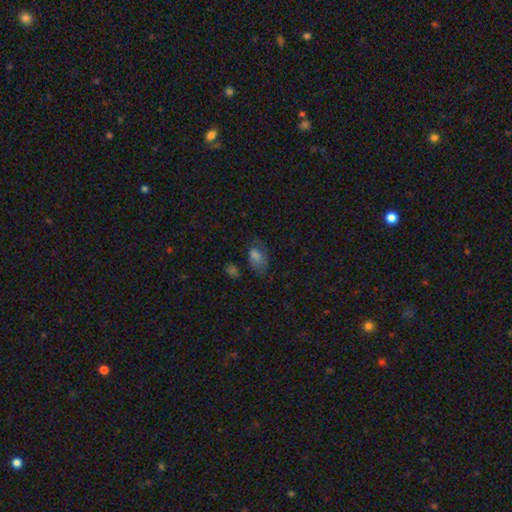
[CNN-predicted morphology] type=smooth (66%); roundness=in between (88%); merging=none (55%).